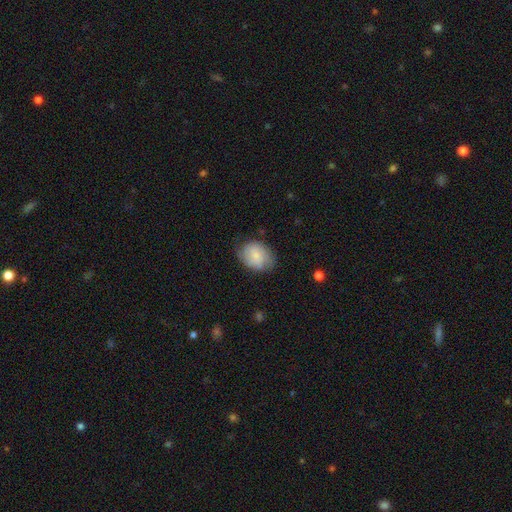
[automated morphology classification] This appears to be a smooth galaxy with no disk features (62%) that is in between round and cigar-shaped (59%). Merging: none (67%).